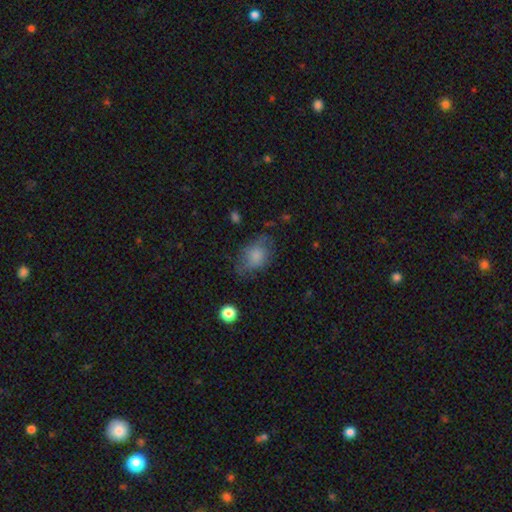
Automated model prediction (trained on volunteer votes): smooth_or_featured: smooth (p=0.75) [alt: featured or disk p=0.16]
how_rounded: in between (p=0.79) [alt: round p=0.20]
merging: none (p=0.55) [alt: minor disturbance p=0.29]